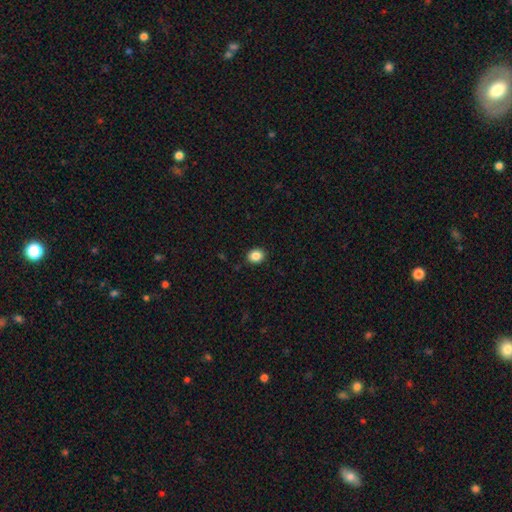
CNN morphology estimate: Overall: smooth (87%). How rounded: round (56%; in between 43%). Merging: none (90%).